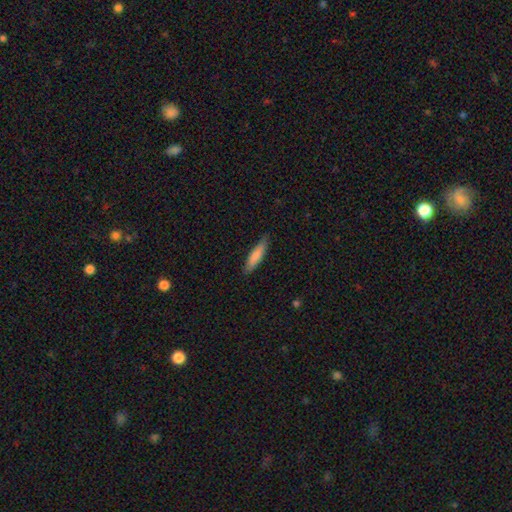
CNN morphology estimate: Overall: smooth (81%). How rounded: cigar-shaped (76%). Merging: none (84%).